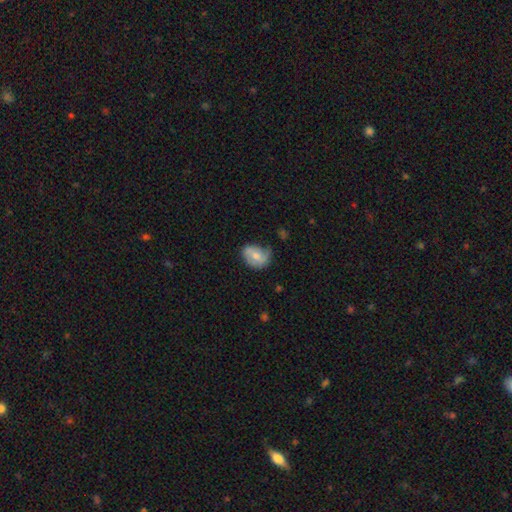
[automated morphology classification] smooth 58%, featured or disk 35%, star or artifact 7%. Down the decision tree: how rounded — in between (62%); merging — none (49%).